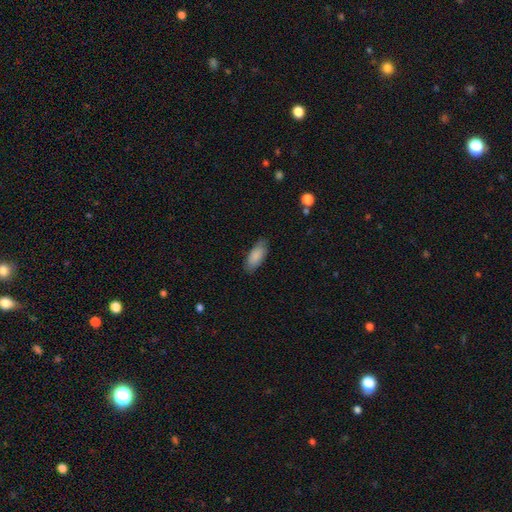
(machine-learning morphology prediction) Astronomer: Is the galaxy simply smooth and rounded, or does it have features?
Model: smooth — 86%.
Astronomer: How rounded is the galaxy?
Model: in between — 82%.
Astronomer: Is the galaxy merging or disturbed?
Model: none — 81%.